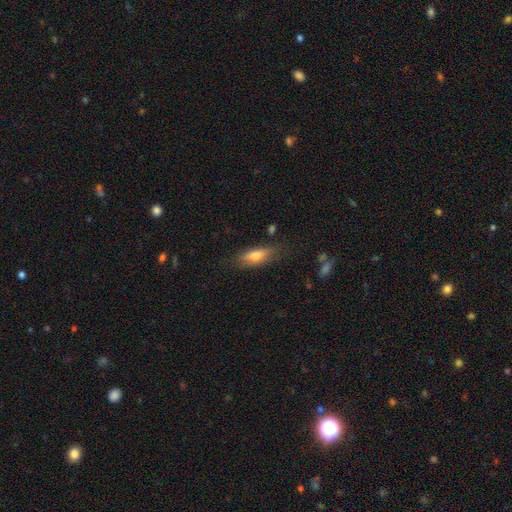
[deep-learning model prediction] A smooth galaxy with no disk features (68%) that is in between round and cigar-shaped (61%).

Vote fractions:
- Smooth or featured? smooth: 68% / featured or disk: 25% / star or artifact: 7%
- How rounded? in between: 61% / cigar-shaped: 36% / round: 3%
- Merging? none: 74% / minor disturbance: 19% / major disturbance: 5% / merger: 2%